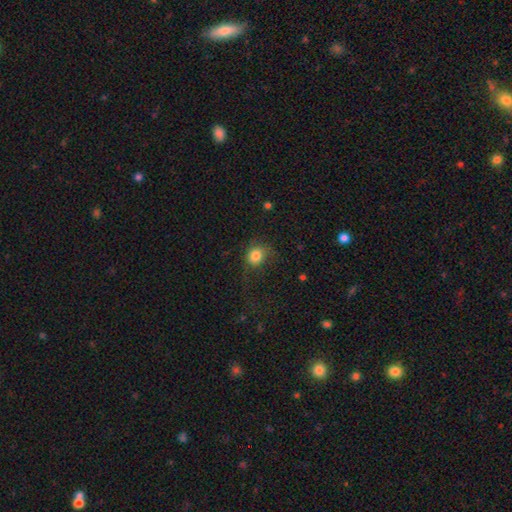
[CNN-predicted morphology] Q: Smooth or featured?
A: smooth (82%); runner-up: star or artifact (11%)
Q: How rounded?
A: round (71%); runner-up: in between (28%)
Q: Merging?
A: none (62%); runner-up: minor disturbance (20%)